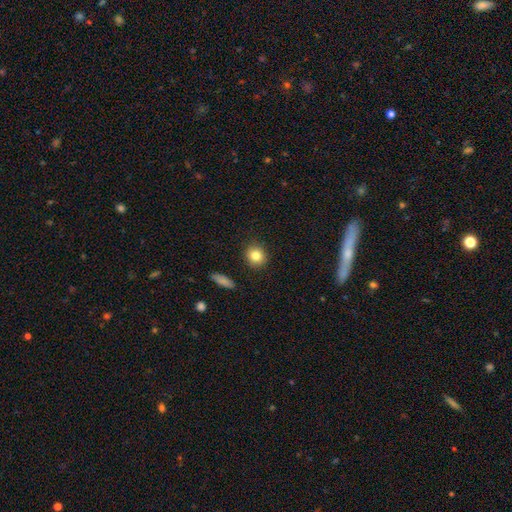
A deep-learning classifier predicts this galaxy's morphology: smooth-or-featured: smooth: 83% | star or artifact: 9% | featured or disk: 8%
  how-rounded: round: 80% | in between: 18% | cigar-shaped: 1%
  merging: none: 89% | minor disturbance: 8% | major disturbance: 2% | merger: 2%